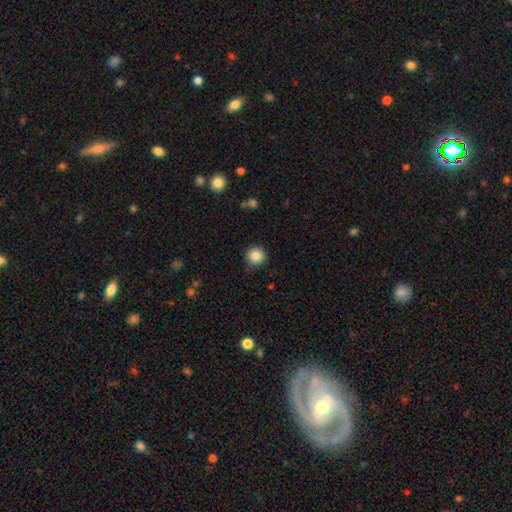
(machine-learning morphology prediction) This appears to be a smooth galaxy with no disk features (86%) that is round (95%). Merging: none (89%).